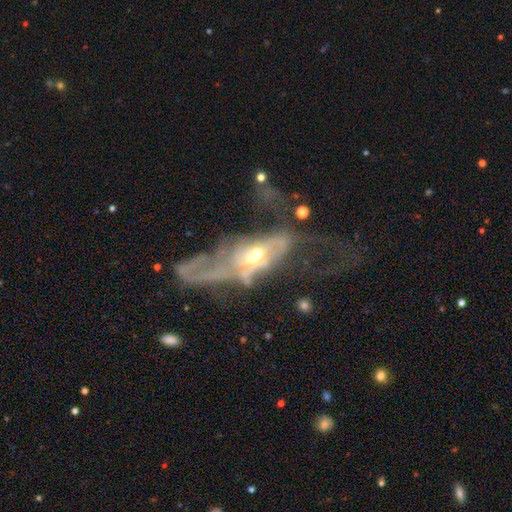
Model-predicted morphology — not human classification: smooth_or_featured: featured or disk (p=0.66) [alt: smooth p=0.23]
disk_edge_on: no (p=0.80) [alt: yes p=0.20]
bar: no (p=0.75) [alt: weak p=0.18]
has_spiral_arms: no (p=0.70) [alt: yes p=0.30]
bulge_size: moderate (p=0.61) [alt: small p=0.26]
merging: major disturbance (p=0.52) [alt: merger p=0.30]